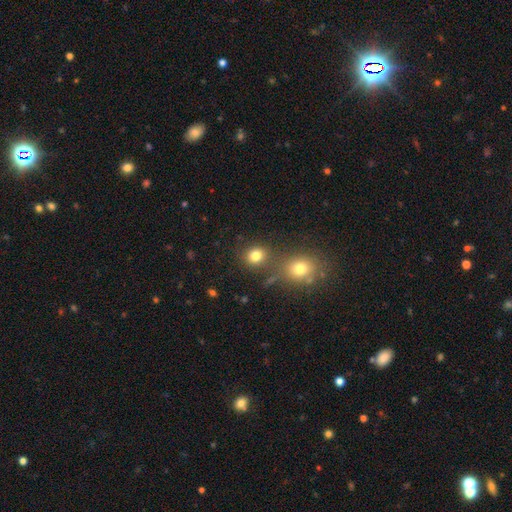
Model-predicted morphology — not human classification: Q: Smooth or featured?
A: smooth (79%); runner-up: star or artifact (14%)
Q: How rounded?
A: round (77%); runner-up: in between (22%)
Q: Merging?
A: none (68%); runner-up: merger (19%)